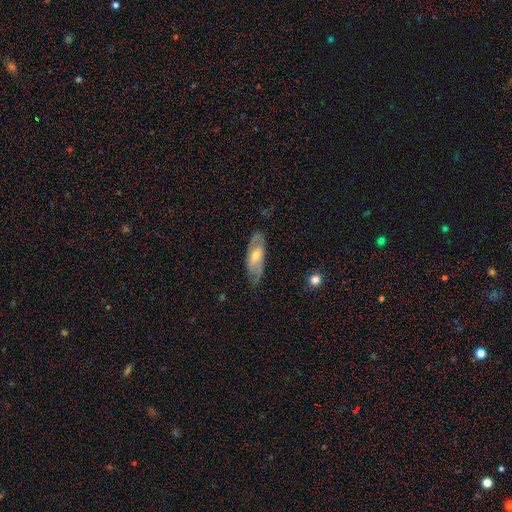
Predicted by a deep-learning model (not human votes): Smooth or featured: featured or disk — 58% (smooth — 35%)
Edge-on disk: no — 78% (yes — 22%)
Merging: none — 76% (minor disturbance — 18%)